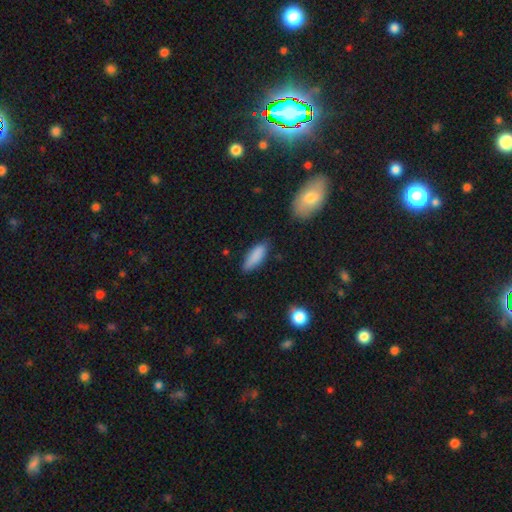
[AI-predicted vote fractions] Smooth or featured? Predicted: smooth (p=0.86). How rounded? Predicted: in between (p=0.60). Merging? Predicted: none (p=0.77).